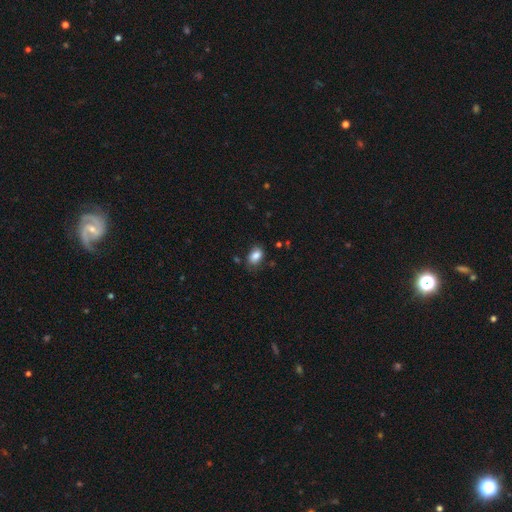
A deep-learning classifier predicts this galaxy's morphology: Q: Smooth or featured?
A: smooth (85%); runner-up: star or artifact (8%)
Q: How rounded?
A: in between (84%); runner-up: round (15%)
Q: Merging?
A: none (76%); runner-up: minor disturbance (18%)